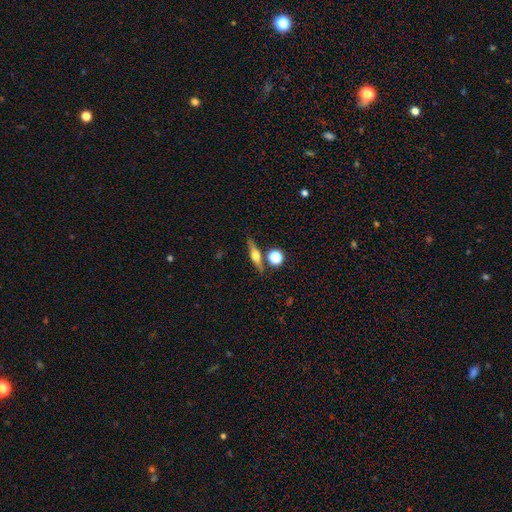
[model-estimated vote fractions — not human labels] Smooth or featured? featured or disk (53%)
Edge-on disk? yes (92%)
Merging? none (78%)